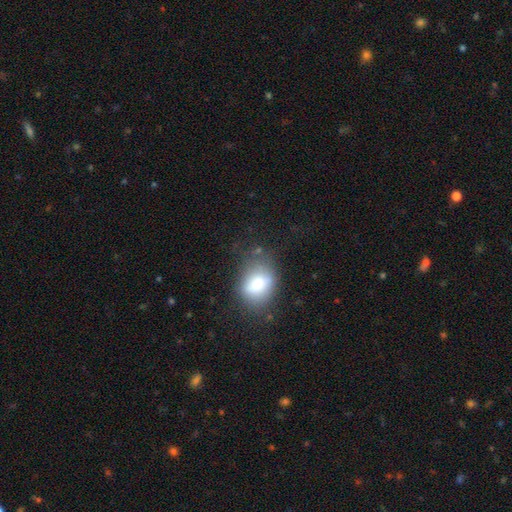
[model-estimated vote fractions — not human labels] smooth_or_featured: smooth (p=0.75) [alt: featured or disk p=0.13]
how_rounded: in between (p=0.63) [alt: round p=0.36]
merging: none (p=0.62) [alt: minor disturbance p=0.25]